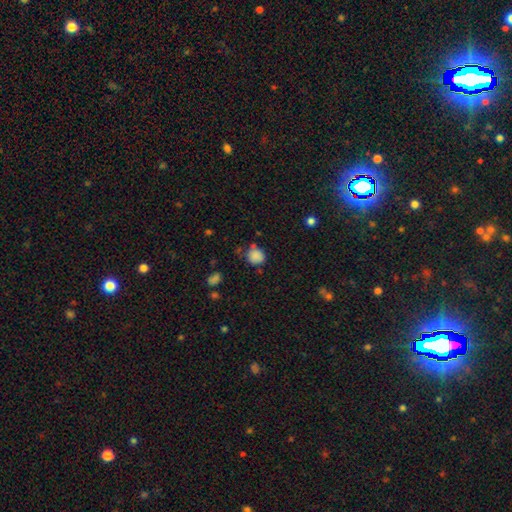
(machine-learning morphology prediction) Smooth or featured? smooth (85%)
How rounded? round (83%)
Merging? none (69%)